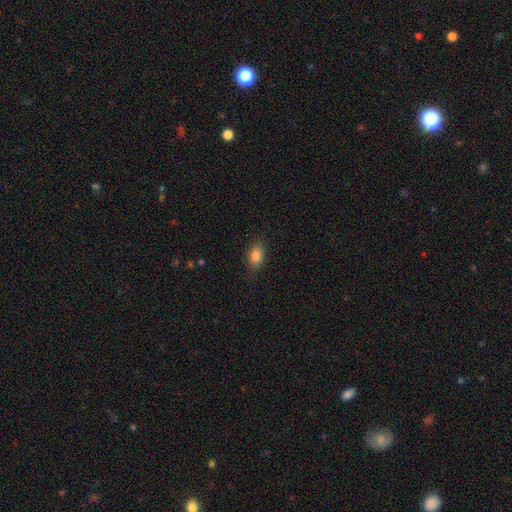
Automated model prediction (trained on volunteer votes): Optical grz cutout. It shows a smooth galaxy with no disk features (85%) that is in between round and cigar-shaped (88%). Merging: none (83%).